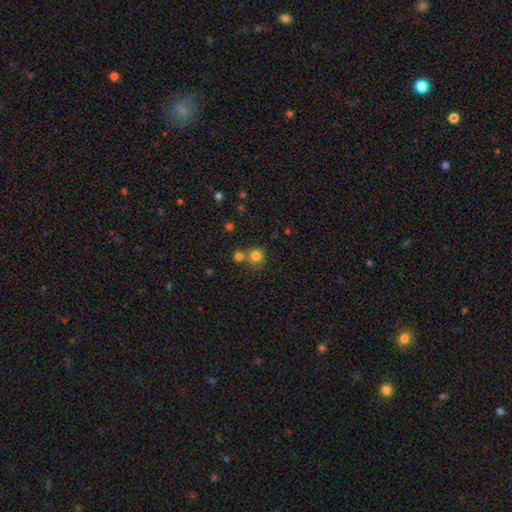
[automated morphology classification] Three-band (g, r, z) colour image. It shows a smooth galaxy with no disk features (80%) that is round (90%). Merging: none (58%).